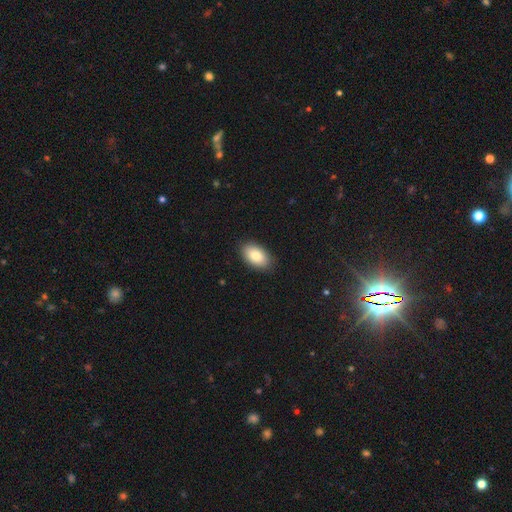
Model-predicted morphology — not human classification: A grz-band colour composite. It shows a smooth galaxy with no disk features (82%) that is in between round and cigar-shaped (93%). Merging: none (88%).